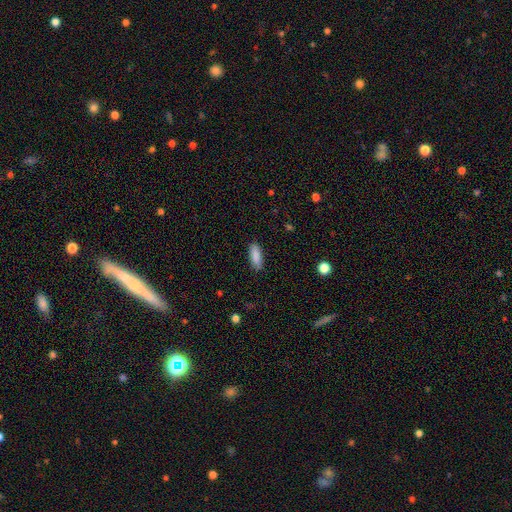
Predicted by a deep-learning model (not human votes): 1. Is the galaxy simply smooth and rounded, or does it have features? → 88% smooth, 7% star or artifact, 5% featured or disk.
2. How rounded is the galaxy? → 65% in between, 33% cigar-shaped, 2% round.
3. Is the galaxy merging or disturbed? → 87% none, 10% minor disturbance, 2% major disturbance, 1% merger.